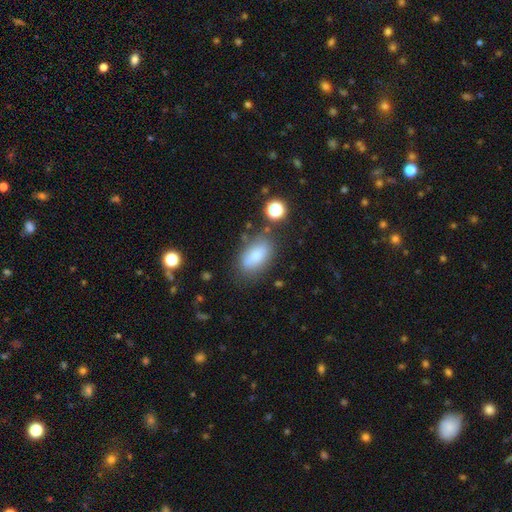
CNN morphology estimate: smooth-or-featured: smooth: 76% | featured or disk: 15% | star or artifact: 9%
  how-rounded: in between: 88% | round: 7% | cigar-shaped: 5%
  merging: none: 70% | minor disturbance: 18% | major disturbance: 6% | merger: 6%